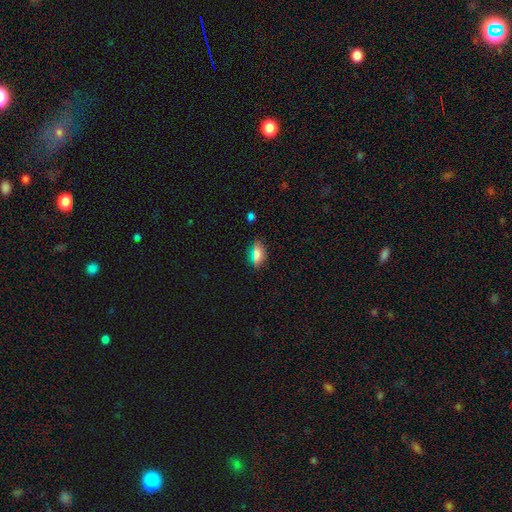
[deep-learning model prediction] A smooth galaxy with no disk features (70%) that is in between round and cigar-shaped (79%).

Vote fractions:
- Smooth or featured? smooth: 70% / star or artifact: 18% / featured or disk: 12%
- How rounded? in between: 79% / round: 11% / cigar-shaped: 10%
- Merging? none: 85% / minor disturbance: 11% / major disturbance: 3% / merger: 2%